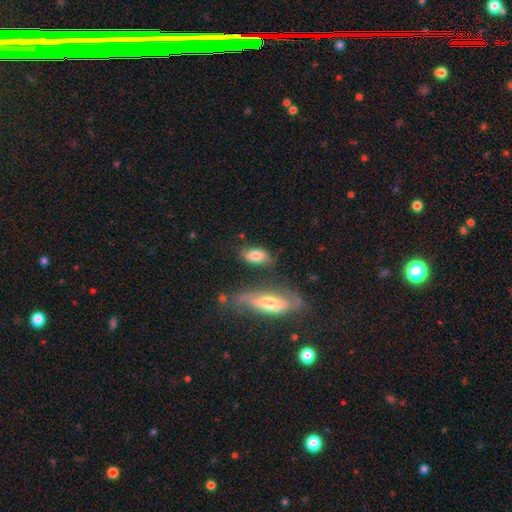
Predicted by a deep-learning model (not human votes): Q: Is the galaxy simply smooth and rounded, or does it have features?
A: smooth — 71%.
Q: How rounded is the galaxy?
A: in between — 87%.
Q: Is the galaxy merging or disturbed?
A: none — 57%.